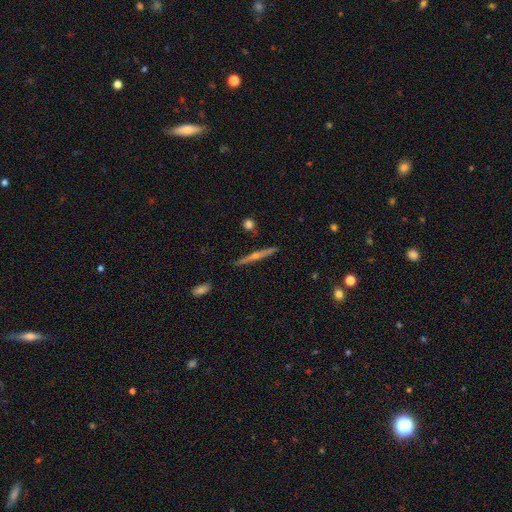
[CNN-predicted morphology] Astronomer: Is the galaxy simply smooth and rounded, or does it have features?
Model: featured or disk — 76%.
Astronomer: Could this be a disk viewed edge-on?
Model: yes — 98%.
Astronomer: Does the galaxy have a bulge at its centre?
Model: rounded — 86%.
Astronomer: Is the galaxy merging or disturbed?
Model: none — 91%.